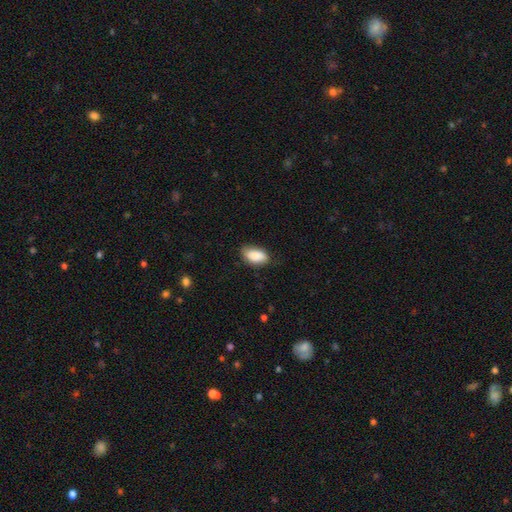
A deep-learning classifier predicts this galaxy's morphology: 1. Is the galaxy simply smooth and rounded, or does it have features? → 88% smooth, 6% star or artifact, 6% featured or disk.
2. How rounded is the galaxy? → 94% in between, 4% round, 2% cigar-shaped.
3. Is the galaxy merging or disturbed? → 73% none, 22% minor disturbance, 4% major disturbance, 1% merger.